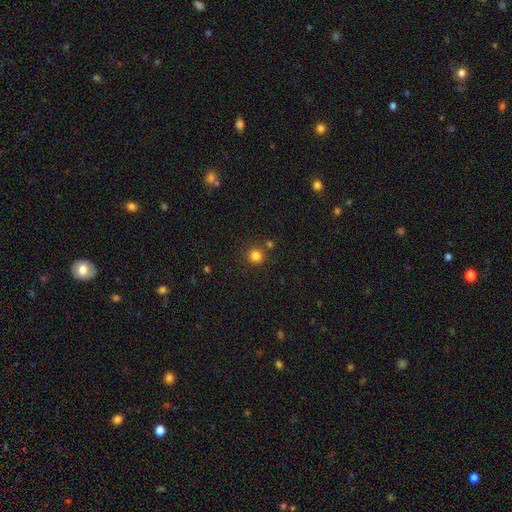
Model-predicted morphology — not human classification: Smooth or featured: smooth — 82% (star or artifact — 14%)
How rounded: round — 93% (in between — 6%)
Merging: none — 82% (merger — 8%)